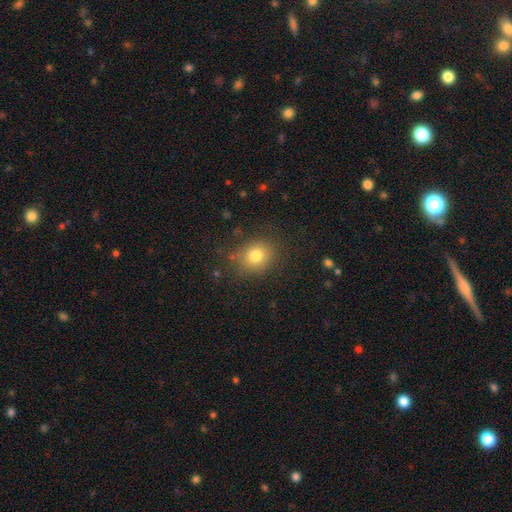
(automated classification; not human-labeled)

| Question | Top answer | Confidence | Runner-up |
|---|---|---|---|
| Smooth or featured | smooth | 78% | star or artifact (13%) |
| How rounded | round | 70% | in between (29%) |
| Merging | none | 80% | minor disturbance (13%) |